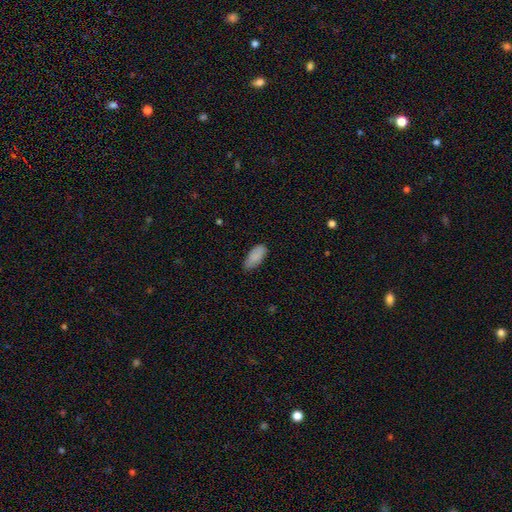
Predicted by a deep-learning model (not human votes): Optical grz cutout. It shows a smooth galaxy with no disk features (88%) that is in between round and cigar-shaped (90%). Merging: none (64%).